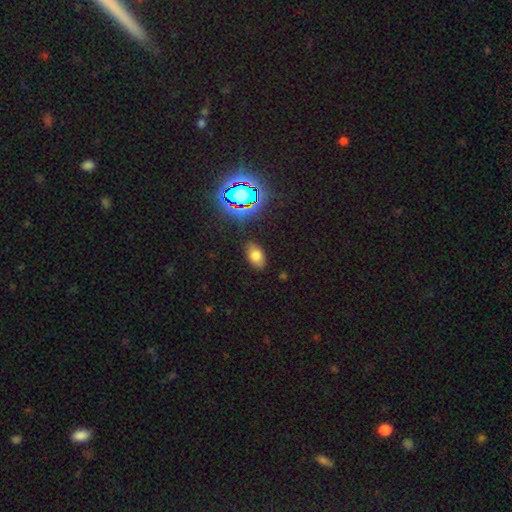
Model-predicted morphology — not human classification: This is likely a smooth galaxy (71%). How rounded: clearly in between (90%). Merging: clearly none (84%).